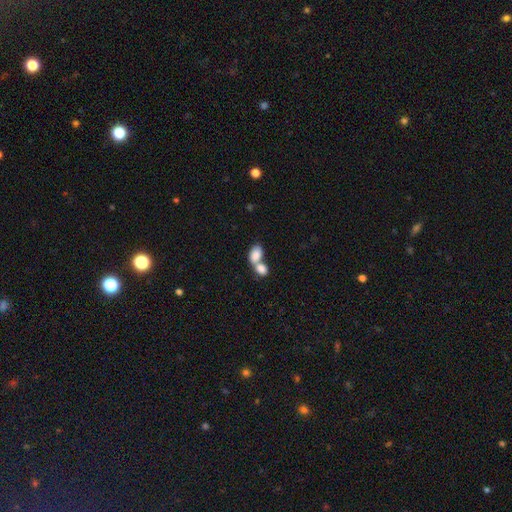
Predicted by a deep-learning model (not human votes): smooth-or-featured: smooth: 82% | featured or disk: 10% | star or artifact: 7%
  how-rounded: in between: 87% | round: 11% | cigar-shaped: 2%
  merging: merger: 69% | none: 20% | minor disturbance: 7% | major disturbance: 4%